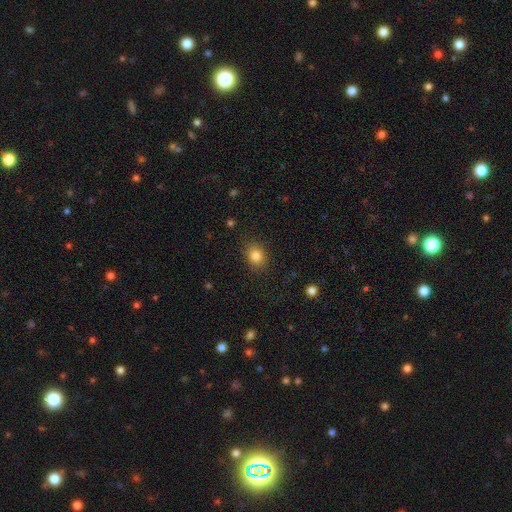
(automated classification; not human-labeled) Q: Smooth or featured?
A: smooth (84%); runner-up: star or artifact (10%)
Q: How rounded?
A: in between (51%); runner-up: round (48%)
Q: Merging?
A: none (85%); runner-up: minor disturbance (11%)